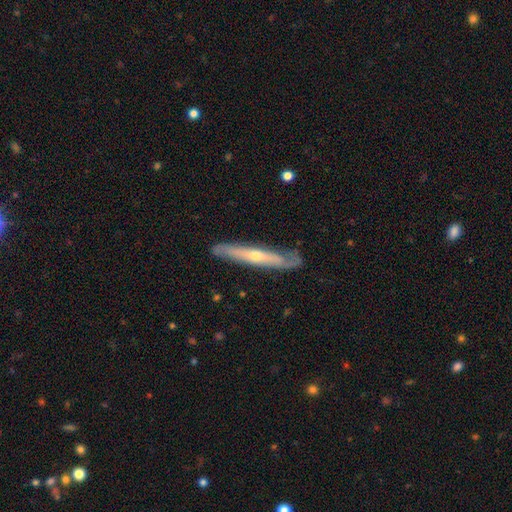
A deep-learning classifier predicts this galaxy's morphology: Smooth or featured?
  - featured or disk: 67% *
  - smooth: 27%
  - star or artifact: 6%
Edge-on disk?
  - yes: 79% *
  - no: 21%
Edge-on bulge?
  - rounded: 72% *
  - none: 25%
  - boxy: 3%
Merging?
  - none: 76% *
  - minor disturbance: 18%
  - major disturbance: 4%
  - merger: 2%